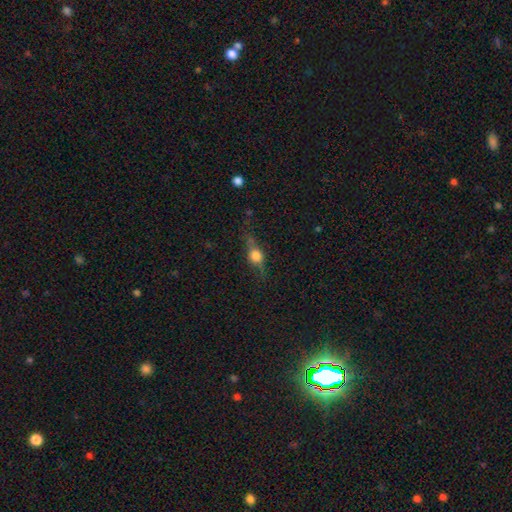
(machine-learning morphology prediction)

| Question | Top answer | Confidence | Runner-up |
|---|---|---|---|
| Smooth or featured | smooth | 45% | featured or disk (42%) |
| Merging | none | 64% | minor disturbance (23%) |